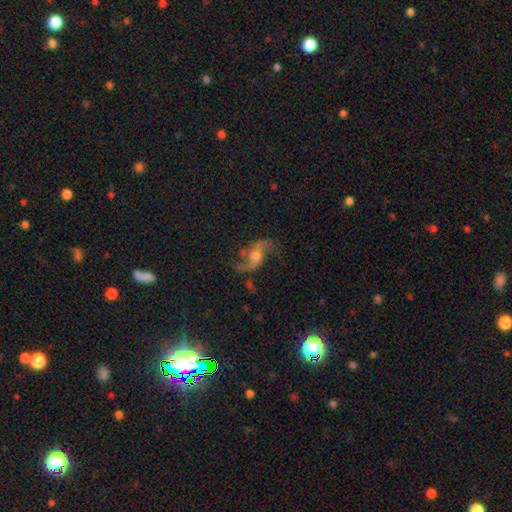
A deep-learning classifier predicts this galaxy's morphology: featured or disk 82%, smooth 10%, star or artifact 8%. Down the decision tree: edge-on disk — no (95%); bar — no (56%); spiral arms — yes (94%); spiral arm count — 2 (92%); spiral winding — loose (77%); bulge size — moderate (55%); merging — none (69%).